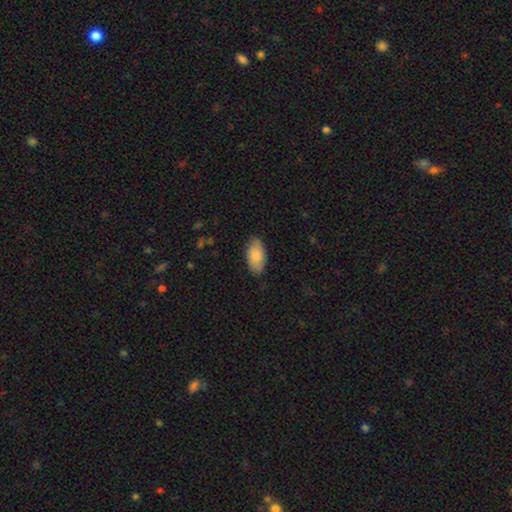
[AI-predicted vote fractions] smooth_or_featured: smooth (p=0.84) [alt: featured or disk p=0.10]
how_rounded: in between (p=0.94) [alt: cigar-shaped p=0.03]
merging: none (p=0.80) [alt: minor disturbance p=0.16]